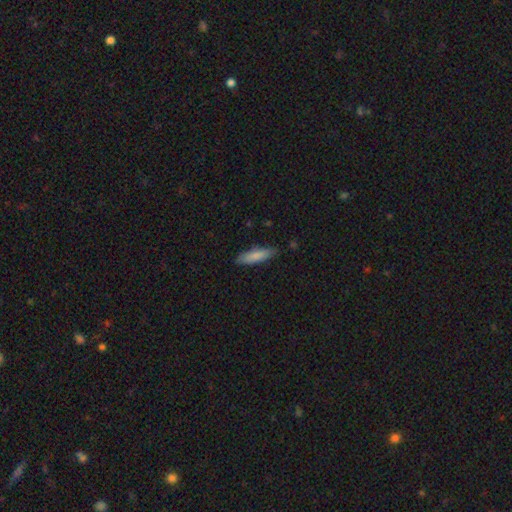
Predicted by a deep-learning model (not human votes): A smooth galaxy with no disk features (81%) that is cigar-shaped (66%). Merging: none (81%).